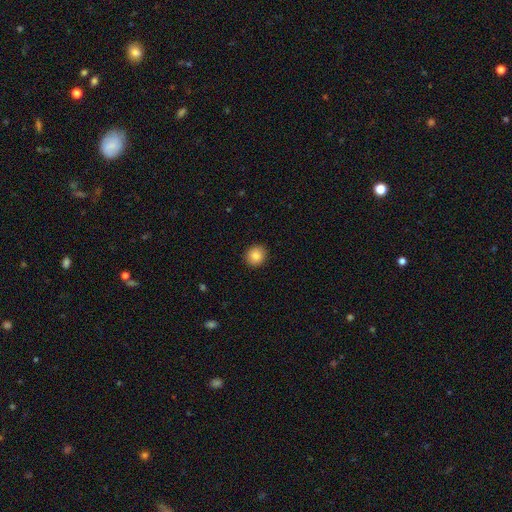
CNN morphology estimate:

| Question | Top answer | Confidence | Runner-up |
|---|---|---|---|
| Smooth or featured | smooth | 86% | star or artifact (9%) |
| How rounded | round | 86% | in between (13%) |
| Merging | none | 91% | minor disturbance (7%) |